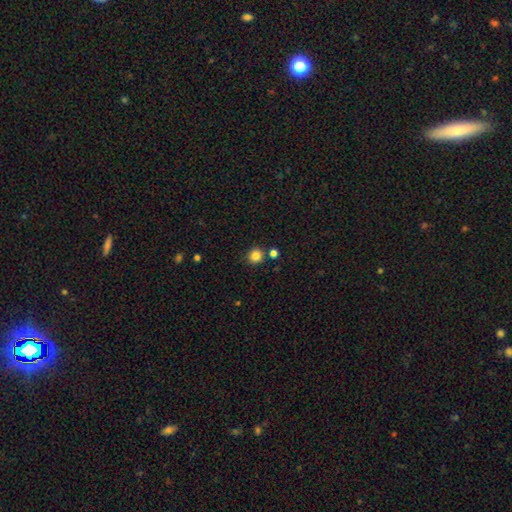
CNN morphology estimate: smooth_or_featured: smooth (p=0.84) [alt: star or artifact p=0.12]
how_rounded: round (p=0.91) [alt: in between p=0.08]
merging: none (p=0.83) [alt: merger p=0.08]